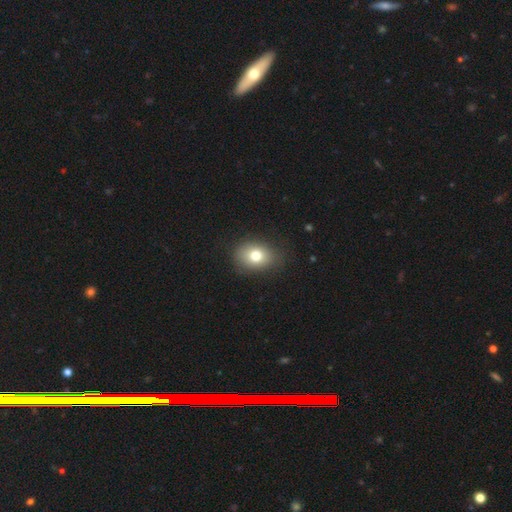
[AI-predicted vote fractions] This is likely a smooth galaxy (76%). How rounded: likely in between (60%). Merging: clearly none (83%).